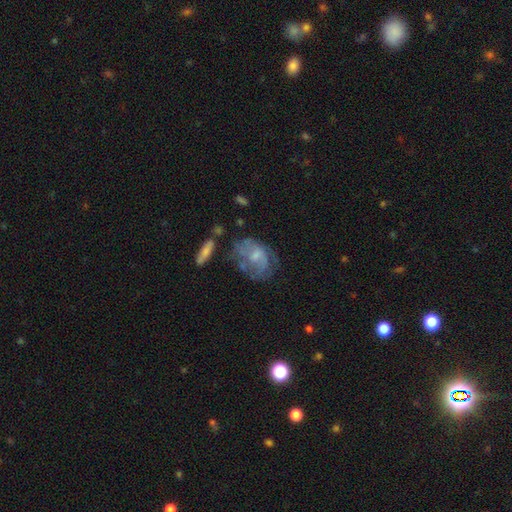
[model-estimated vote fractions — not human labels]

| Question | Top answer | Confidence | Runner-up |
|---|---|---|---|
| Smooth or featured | featured or disk | 57% | smooth (34%) |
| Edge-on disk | no | 96% | yes (4%) |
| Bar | no | 63% | weak (32%) |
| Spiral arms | yes | 55% | no (45%) |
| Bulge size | small | 43% | moderate (34%) |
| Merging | none | 40% | major disturbance (27%) |